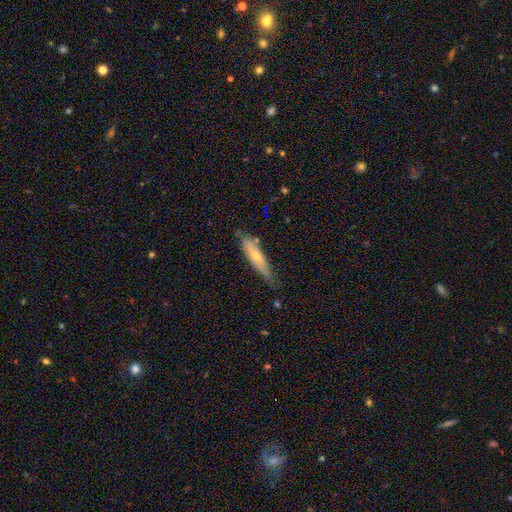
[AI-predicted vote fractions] Overall: smooth (57%; featured or disk 37%). How rounded: cigar-shaped (76%). Merging: none (66%).